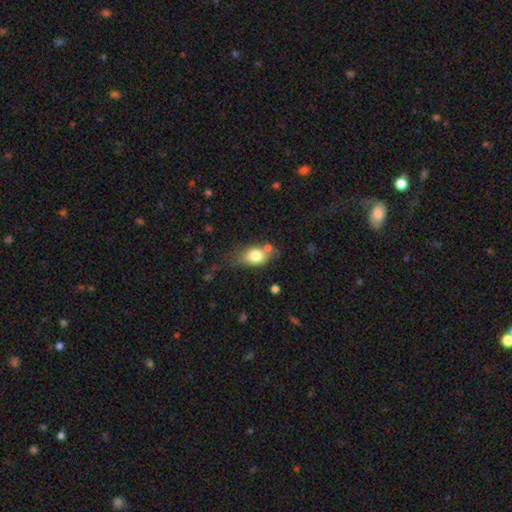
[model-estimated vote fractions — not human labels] A smooth galaxy with no disk features (77%) that is in between round and cigar-shaped (72%). Merging: none (53%).